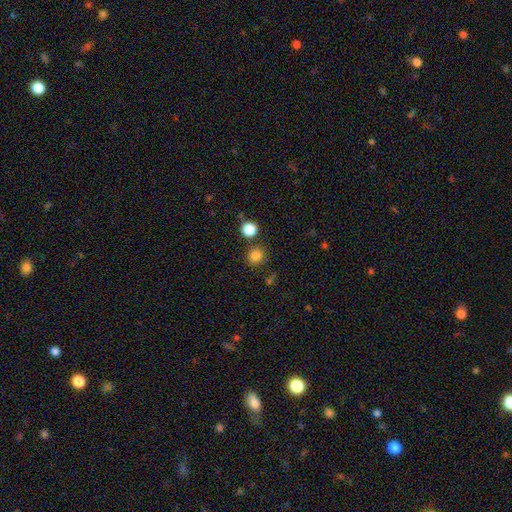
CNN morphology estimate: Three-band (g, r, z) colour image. It shows a smooth galaxy with no disk features (82%) that is round (84%). Merging: none (79%).